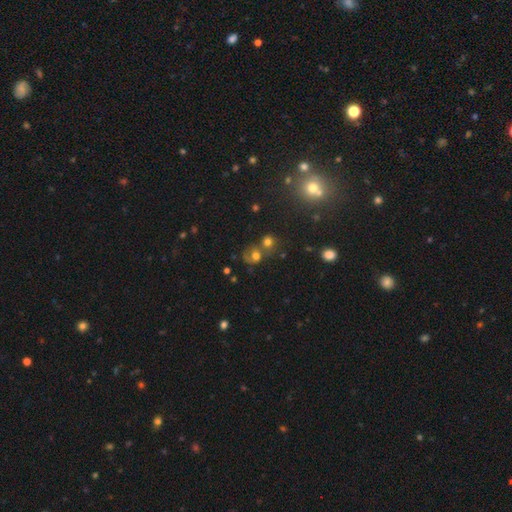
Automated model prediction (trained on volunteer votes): A smooth galaxy with no disk features (59%) that is round (73%).

Vote fractions:
- Smooth or featured? smooth: 59% / star or artifact: 21% / featured or disk: 20%
- How rounded? round: 73% / in between: 26% / cigar-shaped: 1%
- Merging? merger: 41% / none: 38% / minor disturbance: 12% / major disturbance: 9%